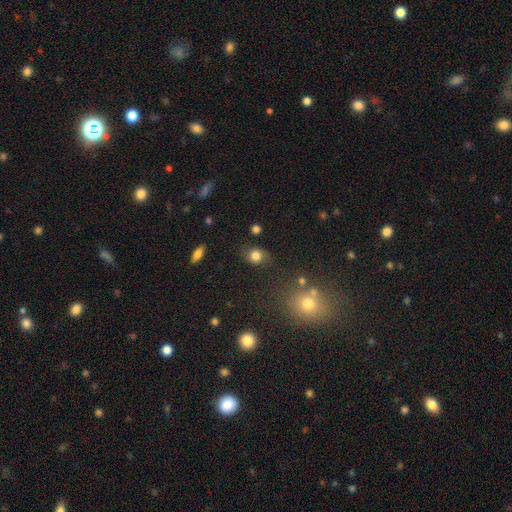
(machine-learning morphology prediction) A smooth galaxy with no disk features (79%) that is round (66%).

Vote fractions:
- Smooth or featured? smooth: 79% / star or artifact: 12% / featured or disk: 9%
- How rounded? round: 66% / in between: 33% / cigar-shaped: 1%
- Merging? none: 72% / minor disturbance: 19% / major disturbance: 6% / merger: 3%